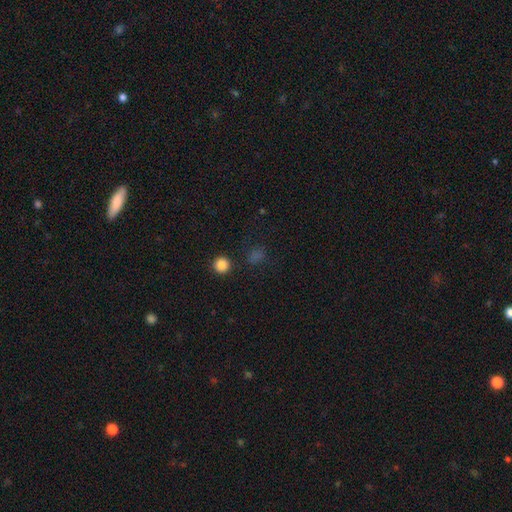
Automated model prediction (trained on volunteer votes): Morphology: type=smooth (57%); roundness=round (84%); merging=none (79%).